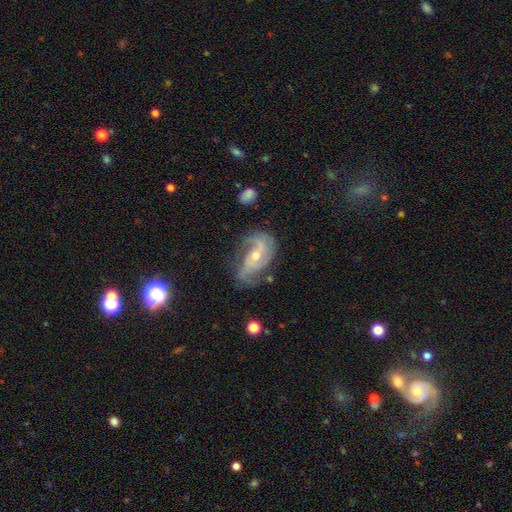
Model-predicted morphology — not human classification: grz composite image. It shows a featured or disk galaxy (82%) with no bar (53%), 2 (59%) medium (43%) spiral arms (93%) and a small central bulge (58%). Merging: none (55%).